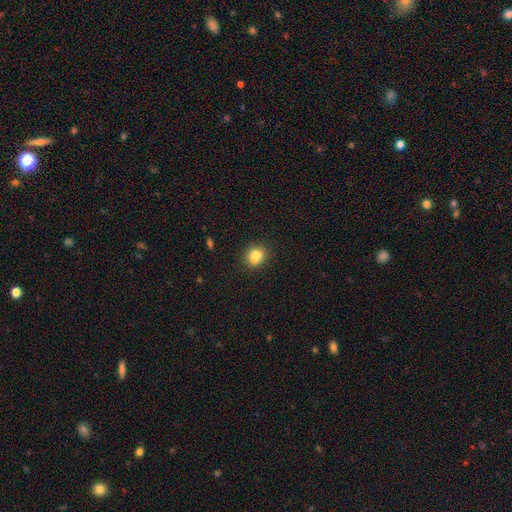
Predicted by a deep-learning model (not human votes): This appears to be a smooth galaxy with no disk features (77%) that is round (75%). Merging: none (55%).